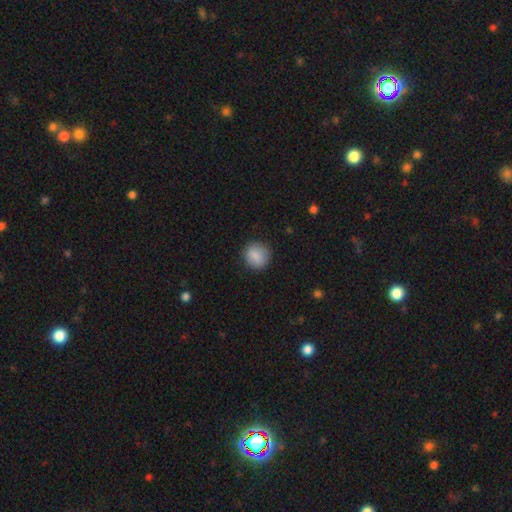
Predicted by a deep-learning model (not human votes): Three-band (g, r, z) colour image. It shows a smooth galaxy with no disk features (83%) that is round (82%). Merging: none (85%).